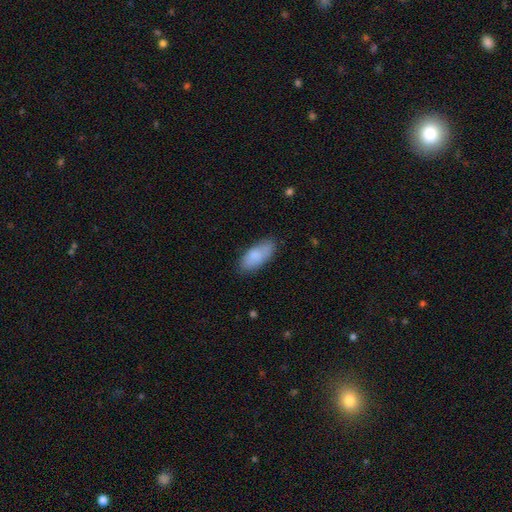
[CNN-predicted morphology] This appears to be a smooth galaxy with no disk features (84%) that is in between round and cigar-shaped (85%). Merging: none (78%).